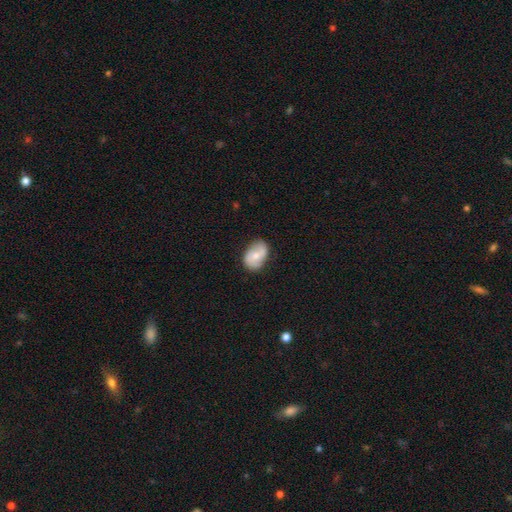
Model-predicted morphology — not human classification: Overall: smooth (52%; featured or disk 41%). How rounded: in between (81%). Merging: none (69%).